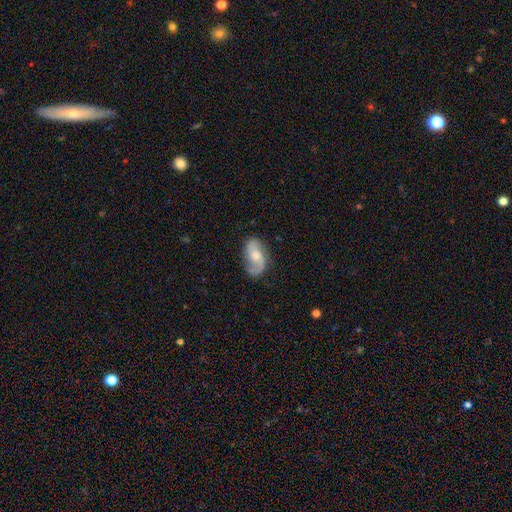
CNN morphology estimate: Smooth or featured? featured or disk (69%)
Edge-on disk? no (96%)
Bar? no (56%)
Spiral arms? yes (93%)
Spiral winding? loose (53%)
Spiral arm count? 2 (88%)
Bulge size? moderate (58%)
Merging? none (76%)